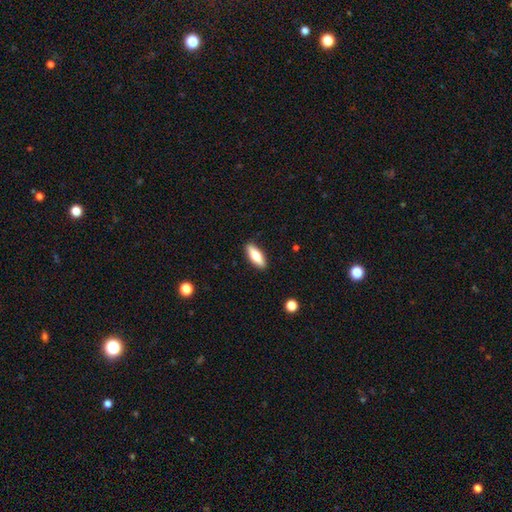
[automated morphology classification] type=smooth (67%); roundness=in between (62%); merging=none (90%).